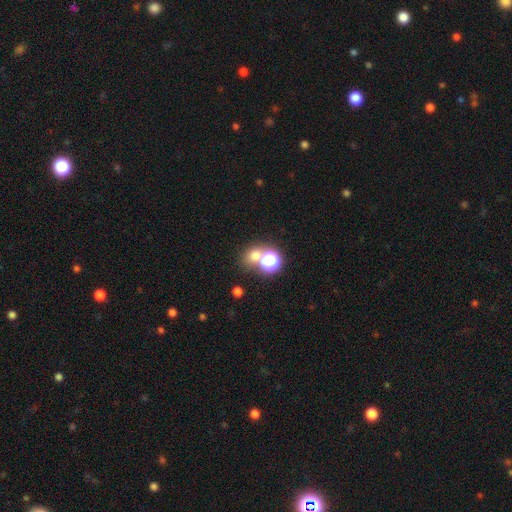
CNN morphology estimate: type=smooth (63%); roundness=round (74%); merging=none (56%).